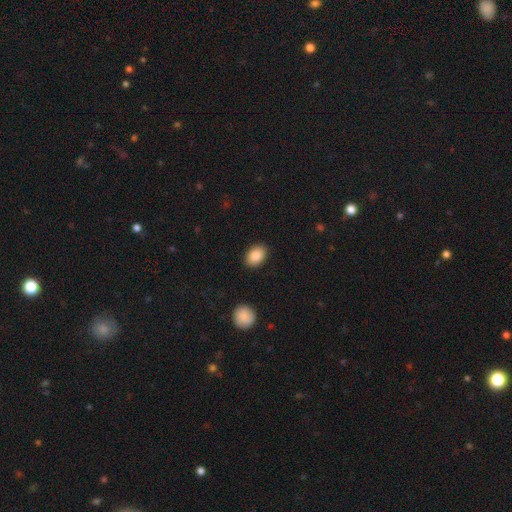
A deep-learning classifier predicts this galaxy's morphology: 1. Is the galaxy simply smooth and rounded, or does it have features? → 87% smooth, 7% star or artifact, 6% featured or disk.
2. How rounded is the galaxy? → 80% in between, 19% round, 1% cigar-shaped.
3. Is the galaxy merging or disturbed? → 89% none, 8% minor disturbance, 2% major disturbance, 1% merger.